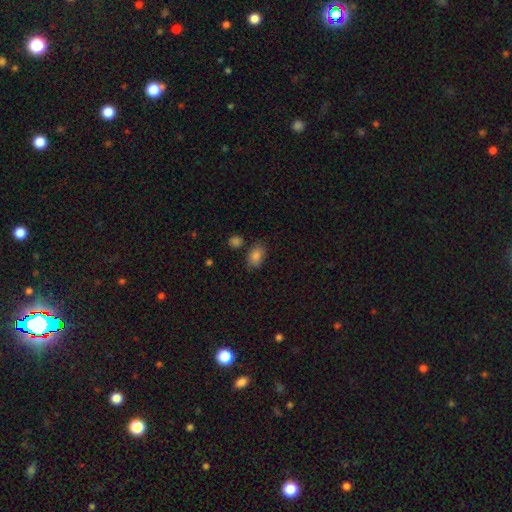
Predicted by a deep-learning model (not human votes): Smooth or featured? Predicted: smooth (p=0.83). How rounded? Predicted: in between (p=0.83). Merging? Predicted: none (p=0.74).